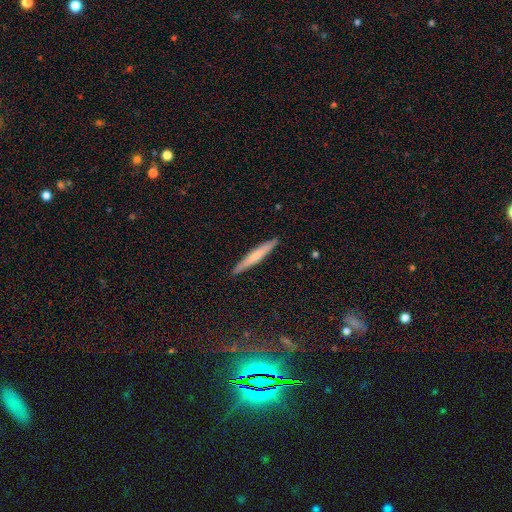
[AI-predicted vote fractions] smooth 61%, featured or disk 33%, star or artifact 6%. Down the decision tree: how rounded — cigar-shaped (95%); merging — none (90%).